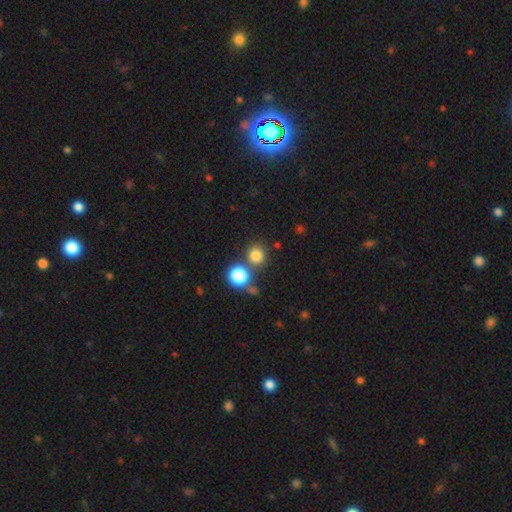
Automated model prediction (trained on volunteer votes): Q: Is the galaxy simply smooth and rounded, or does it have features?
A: smooth — 80%.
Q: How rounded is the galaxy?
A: round — 89%.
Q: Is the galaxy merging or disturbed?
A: none — 70%.